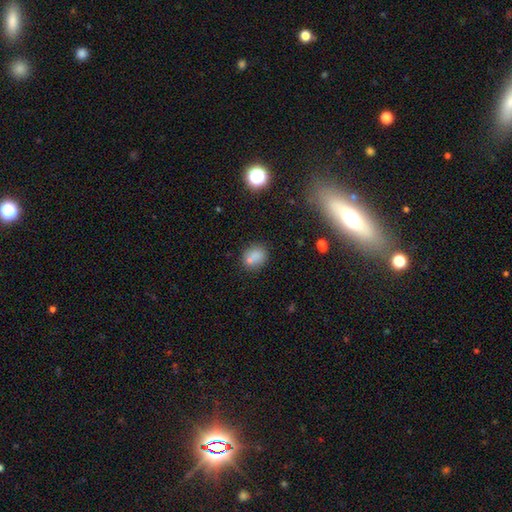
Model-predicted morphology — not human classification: This is likely a smooth galaxy (78%). How rounded: possibly in between (50%). Merging: likely none (67%).